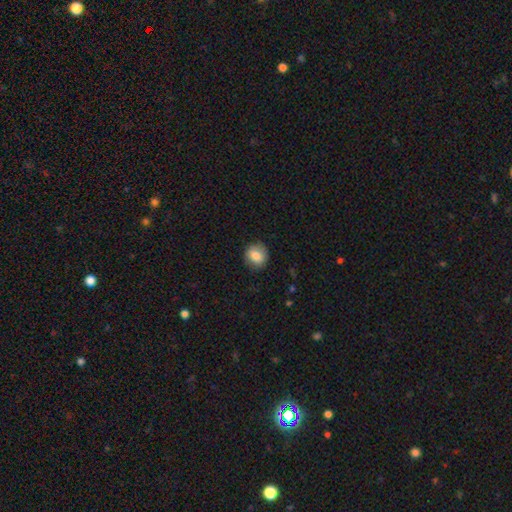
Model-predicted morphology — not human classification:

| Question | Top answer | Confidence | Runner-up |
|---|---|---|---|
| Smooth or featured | smooth | 82% | featured or disk (10%) |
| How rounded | round | 79% | in between (20%) |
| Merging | none | 84% | minor disturbance (12%) |